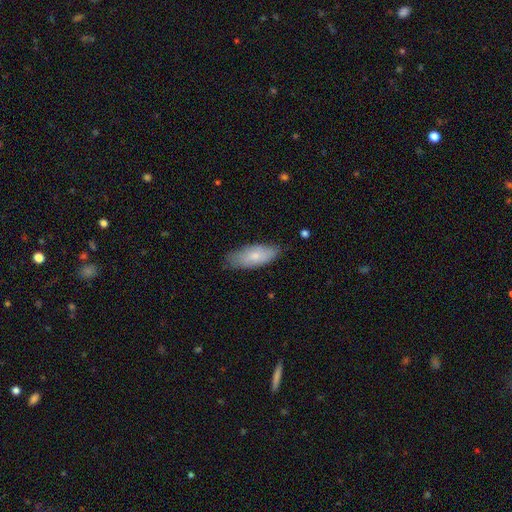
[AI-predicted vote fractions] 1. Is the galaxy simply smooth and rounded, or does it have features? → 73% smooth, 22% featured or disk, 6% star or artifact.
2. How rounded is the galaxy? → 80% in between, 17% cigar-shaped, 2% round.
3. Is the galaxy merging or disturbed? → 73% none, 22% minor disturbance, 4% major disturbance, 1% merger.